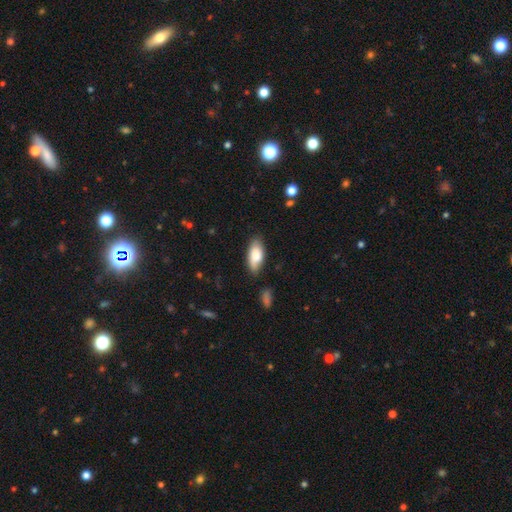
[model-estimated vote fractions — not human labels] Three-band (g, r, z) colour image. It shows a smooth galaxy with no disk features (80%) that is in between round and cigar-shaped (86%). Merging: none (77%).